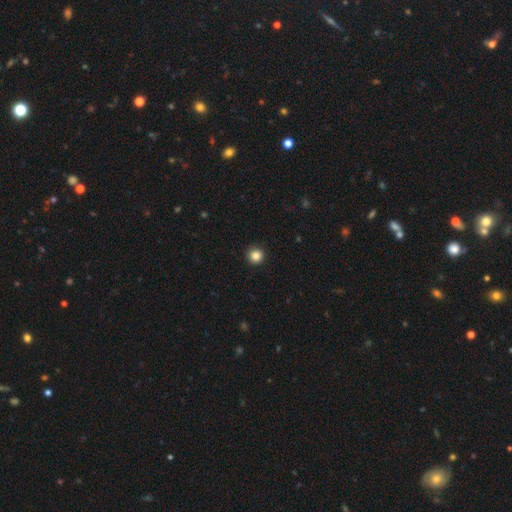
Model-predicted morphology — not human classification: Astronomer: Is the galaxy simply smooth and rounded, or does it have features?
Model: smooth — 85%.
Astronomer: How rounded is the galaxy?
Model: round — 96%.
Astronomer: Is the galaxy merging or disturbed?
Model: none — 93%.